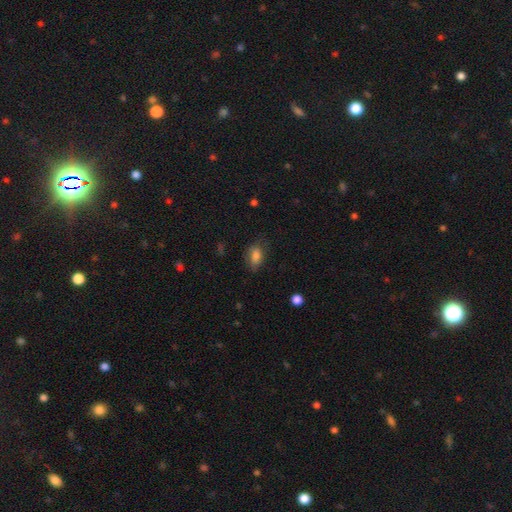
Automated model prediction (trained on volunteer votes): Overall: smooth (82%). How rounded: in between (88%). Merging: none (68%).